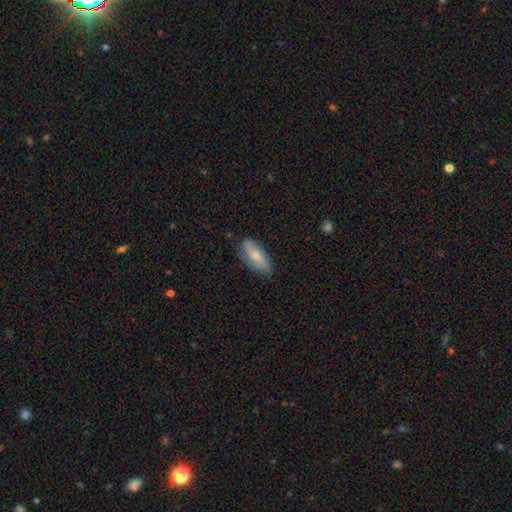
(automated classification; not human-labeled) smooth 69%, featured or disk 25%, star or artifact 6%. Down the decision tree: how rounded — in between (84%); merging — none (71%).